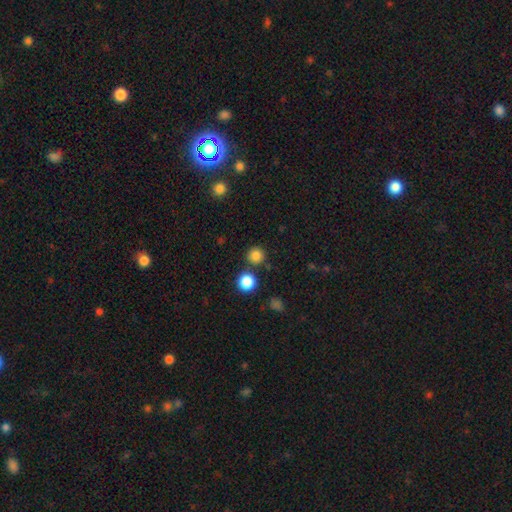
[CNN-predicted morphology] This appears to be a smooth galaxy with no disk features (82%) that is round (93%). Merging: none (82%).